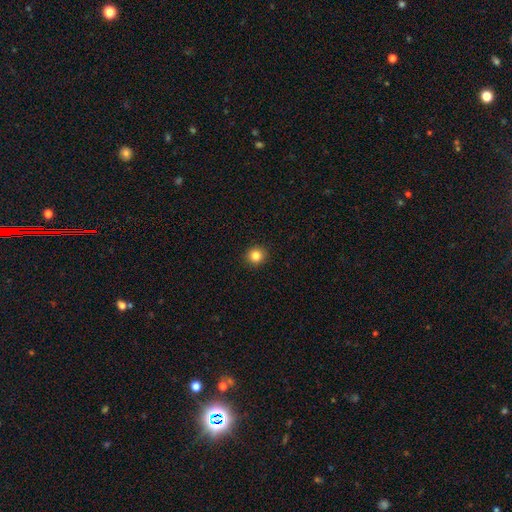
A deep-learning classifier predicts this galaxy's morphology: type=smooth (84%); roundness=round (93%); merging=none (93%).